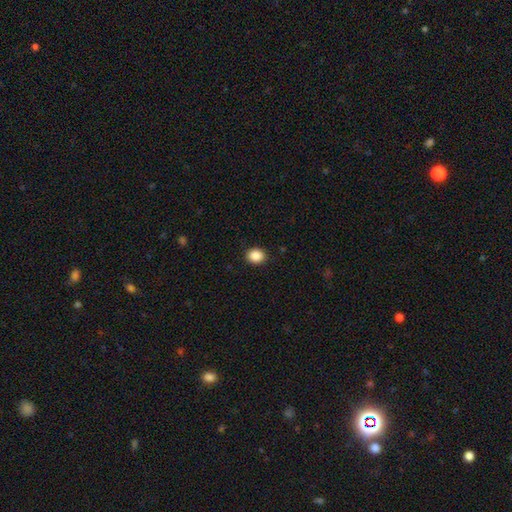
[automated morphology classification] Smooth or featured: smooth — 89% (star or artifact — 9%)
How rounded: round — 60% (in between — 39%)
Merging: none — 90% (minor disturbance — 7%)